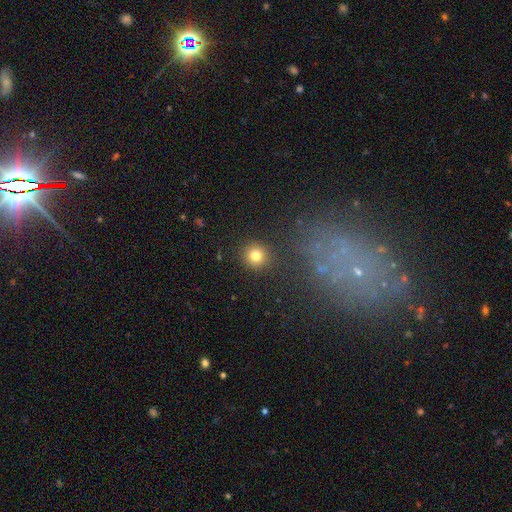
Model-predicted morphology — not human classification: smooth 80%, star or artifact 13%, featured or disk 7%. Down the decision tree: how rounded — round (92%); merging — none (89%).